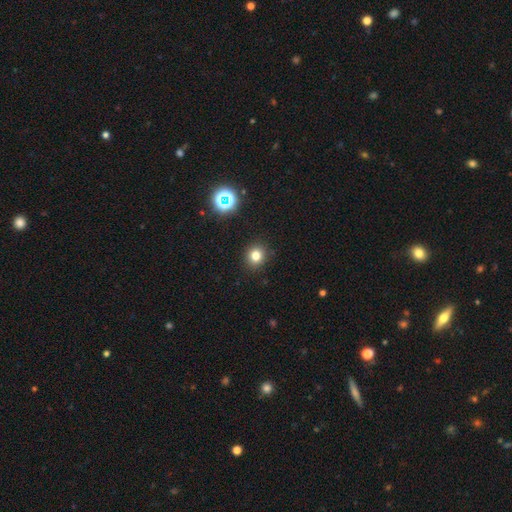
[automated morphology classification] type=smooth (78%); roundness=round (83%); merging=none (91%).